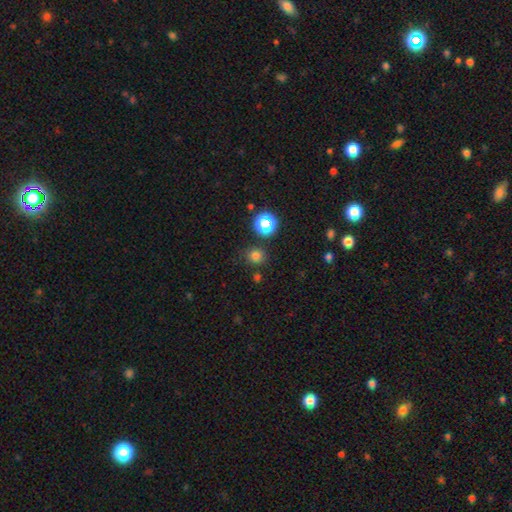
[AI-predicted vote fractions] Smooth or featured?
  - smooth: 74% *
  - star or artifact: 21%
  - featured or disk: 5%
How rounded?
  - round: 87% *
  - in between: 12%
  - cigar-shaped: 1%
Merging?
  - none: 82% *
  - minor disturbance: 10%
  - merger: 5%
  - major disturbance: 3%